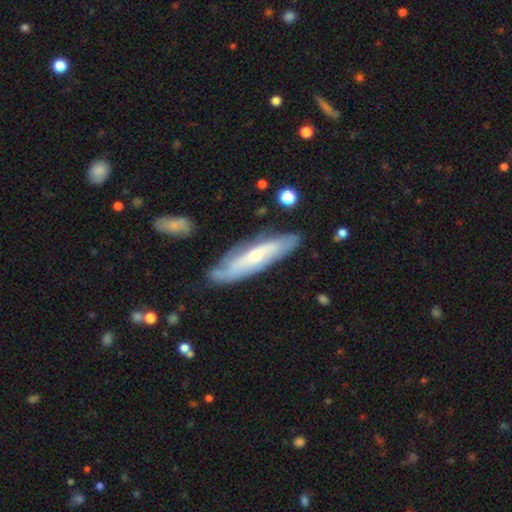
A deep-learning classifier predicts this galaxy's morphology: Smooth or featured: featured or disk — 65% (smooth — 29%)
Edge-on disk: no — 60% (yes — 40%)
Merging: none — 72% (minor disturbance — 20%)